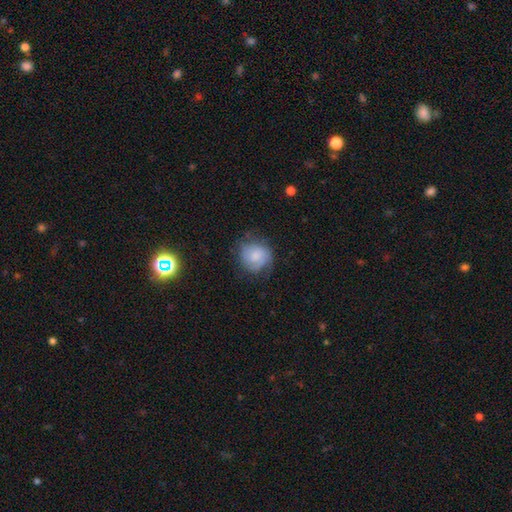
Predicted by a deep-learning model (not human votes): This appears to be a smooth galaxy with no disk features (61%) that is round (82%). Merging: none (59%).